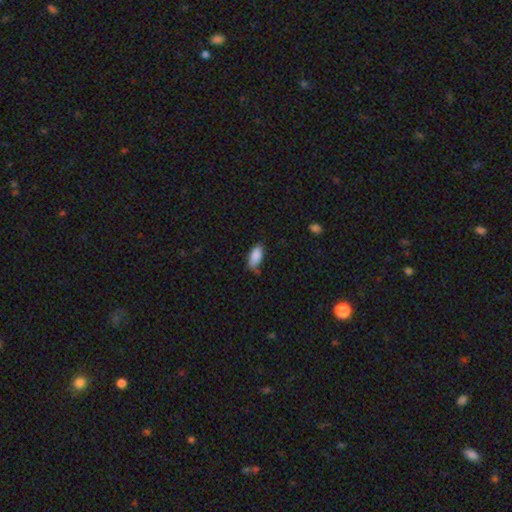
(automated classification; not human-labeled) smooth-or-featured: smooth: 88% | star or artifact: 7% | featured or disk: 5%
  how-rounded: in between: 85% | cigar-shaped: 13% | round: 2%
  merging: none: 70% | minor disturbance: 24% | major disturbance: 4% | merger: 3%